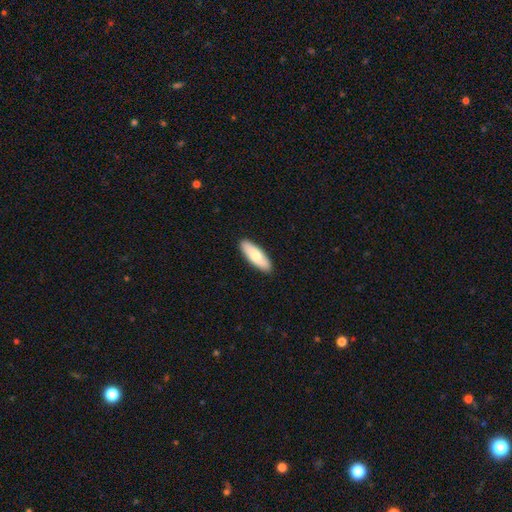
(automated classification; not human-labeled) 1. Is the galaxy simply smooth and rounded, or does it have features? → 76% smooth, 19% featured or disk, 5% star or artifact.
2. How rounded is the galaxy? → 58% in between, 41% cigar-shaped, 2% round.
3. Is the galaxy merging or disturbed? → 91% none, 7% minor disturbance, 1% major disturbance, 1% merger.